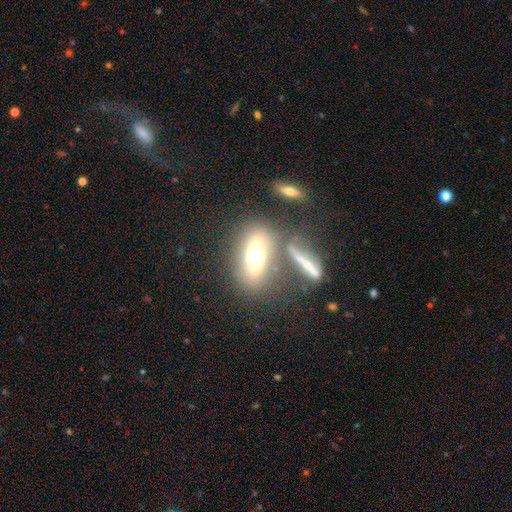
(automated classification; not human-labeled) Smooth or featured?
  - smooth: 56% *
  - featured or disk: 32%
  - star or artifact: 11%
How rounded?
  - in between: 78% *
  - round: 14%
  - cigar-shaped: 8%
Merging?
  - none: 62% *
  - merger: 17%
  - minor disturbance: 13%
  - major disturbance: 7%